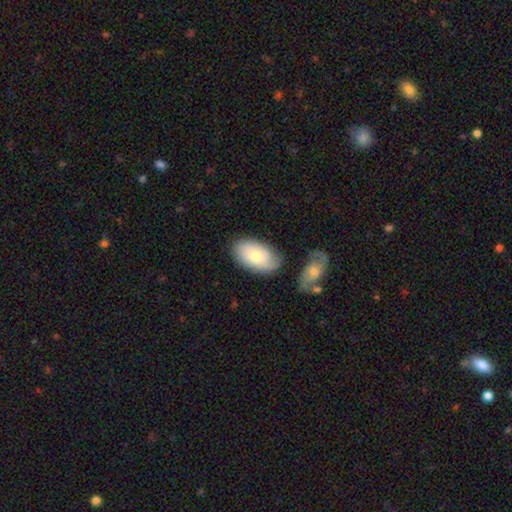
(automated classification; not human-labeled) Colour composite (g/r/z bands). It shows a smooth galaxy with no disk features (62%) that is in between round and cigar-shaped (92%). Merging: none (67%).